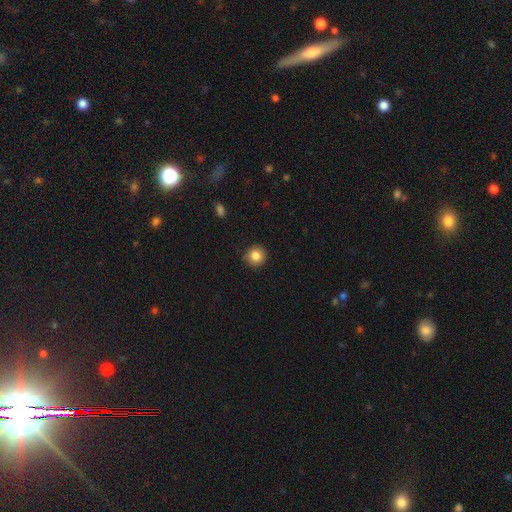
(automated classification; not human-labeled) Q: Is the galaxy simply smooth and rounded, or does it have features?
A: smooth — 84%.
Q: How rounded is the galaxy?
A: round — 92%.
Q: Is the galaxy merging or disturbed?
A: none — 89%.